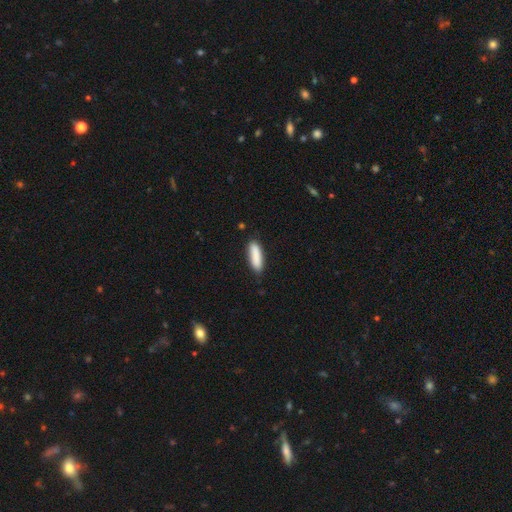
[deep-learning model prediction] A smooth galaxy with no disk features (89%) that is cigar-shaped (58%).

Vote fractions:
- Smooth or featured? smooth: 89% / star or artifact: 6% / featured or disk: 6%
- How rounded? cigar-shaped: 58% / in between: 41% / round: 1%
- Merging? none: 84% / minor disturbance: 12% / major disturbance: 2% / merger: 1%